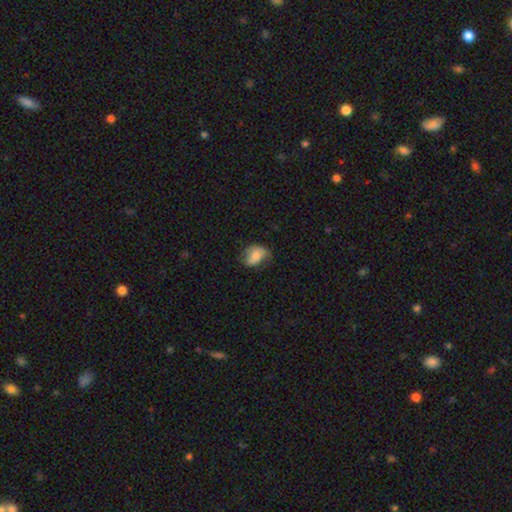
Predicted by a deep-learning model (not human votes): Smooth or featured? smooth (70%)
How rounded? in between (80%)
Merging? none (48%)